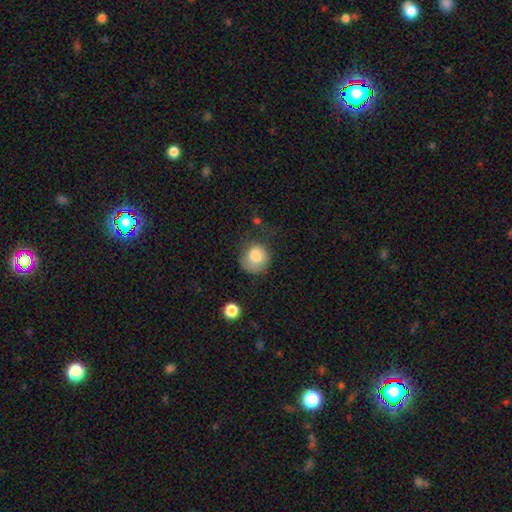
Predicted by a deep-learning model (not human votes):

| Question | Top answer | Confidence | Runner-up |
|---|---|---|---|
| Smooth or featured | smooth | 79% | featured or disk (13%) |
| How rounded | round | 79% | in between (20%) |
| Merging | none | 44% | minor disturbance (29%) |